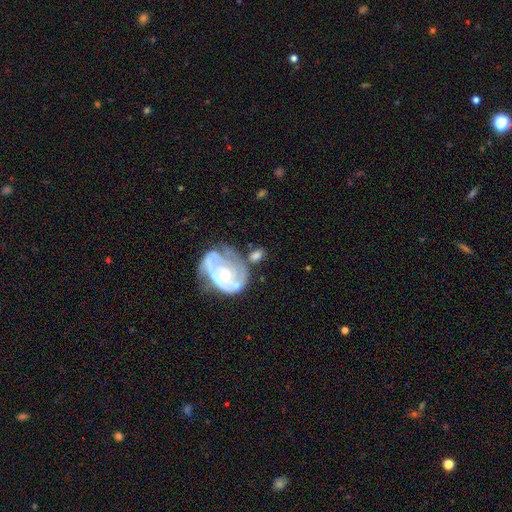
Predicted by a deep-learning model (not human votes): Overall: featured or disk (53%; smooth 40%). Edge-on disk: no (95%). Bar: no (67%). Spiral arms: yes (70%; no 30%). Bulge size: moderate (46%; small 35%). Merging: none (42%; minor disturbance 22%).